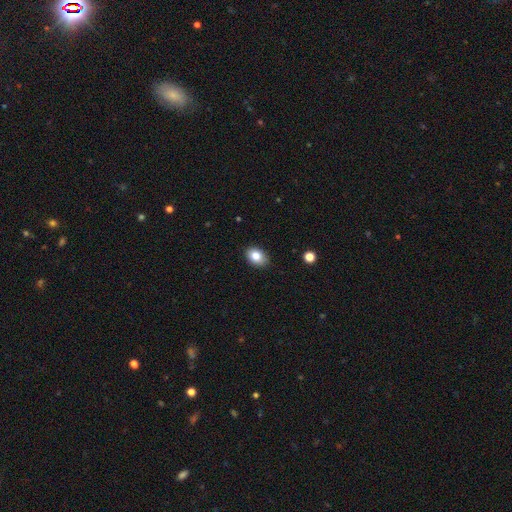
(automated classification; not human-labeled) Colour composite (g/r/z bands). It shows a smooth galaxy with no disk features (83%) that is in between round and cigar-shaped (79%). Merging: none (87%).